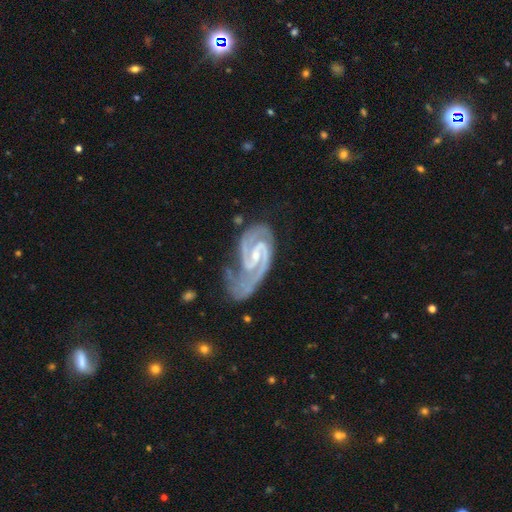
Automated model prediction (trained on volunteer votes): featured or disk 94%, star or artifact 4%, smooth 3%. Down the decision tree: edge-on disk — no (98%); bar — weak (48%); spiral arms — yes (99%); spiral arm count — 2 (90%); spiral winding — medium (49%); bulge size — small (69%); merging — none (53%).